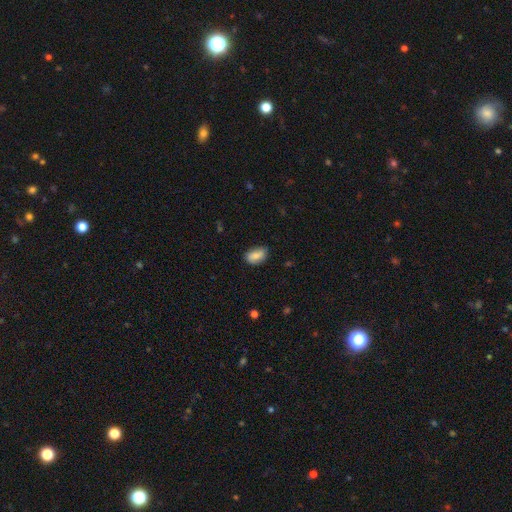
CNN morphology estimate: Smooth or featured?
  - smooth: 83% *
  - featured or disk: 10%
  - star or artifact: 7%
How rounded?
  - in between: 89% *
  - round: 8%
  - cigar-shaped: 2%
Merging?
  - none: 74% *
  - minor disturbance: 21%
  - major disturbance: 4%
  - merger: 1%